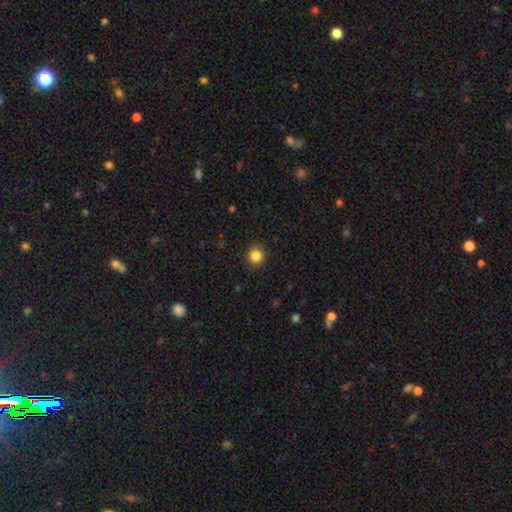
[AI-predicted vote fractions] Smooth or featured? smooth (85%)
How rounded? round (92%)
Merging? none (90%)